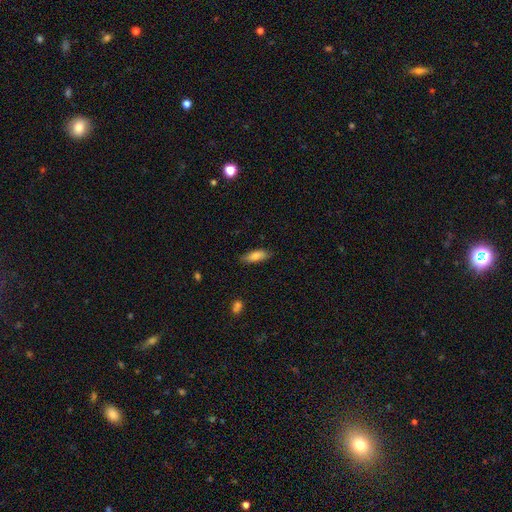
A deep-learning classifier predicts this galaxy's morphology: The model was most divided on "how rounded": in between: 63%, cigar-shaped: 35%, round: 2%. More confident: merging — none (83%); smooth or featured — smooth (80%).